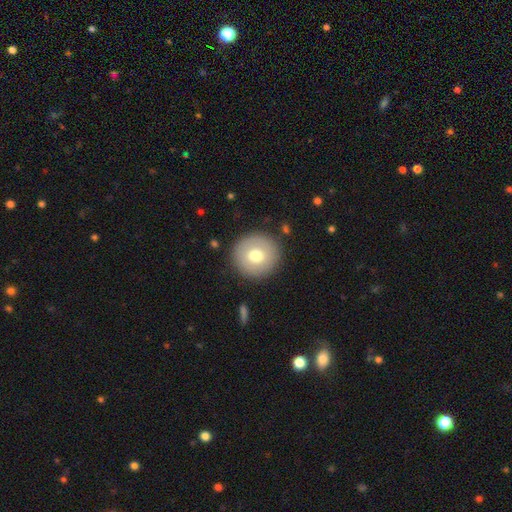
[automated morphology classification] The model was most divided on "smooth or featured": smooth: 71%, featured or disk: 21%, star or artifact: 9%. More confident: how rounded — round (95%); merging — none (89%).